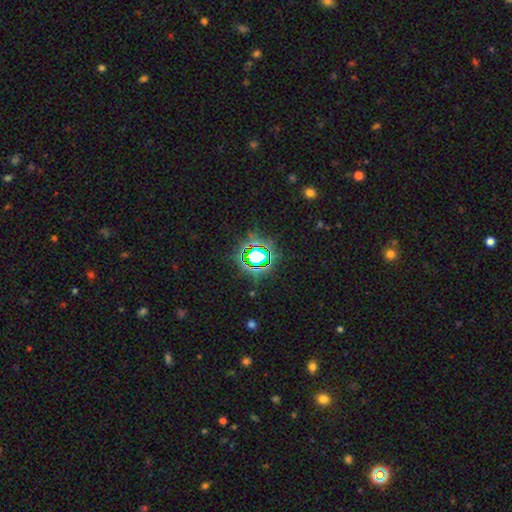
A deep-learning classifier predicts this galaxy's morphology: star or artifact 72%, smooth 17%, featured or disk 11%.